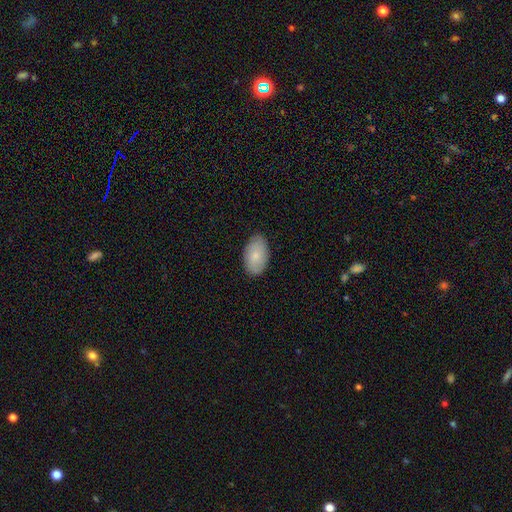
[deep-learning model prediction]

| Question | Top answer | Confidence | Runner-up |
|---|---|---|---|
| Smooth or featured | smooth | 80% | featured or disk (14%) |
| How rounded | in between | 93% | round (5%) |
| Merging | none | 86% | minor disturbance (11%) |